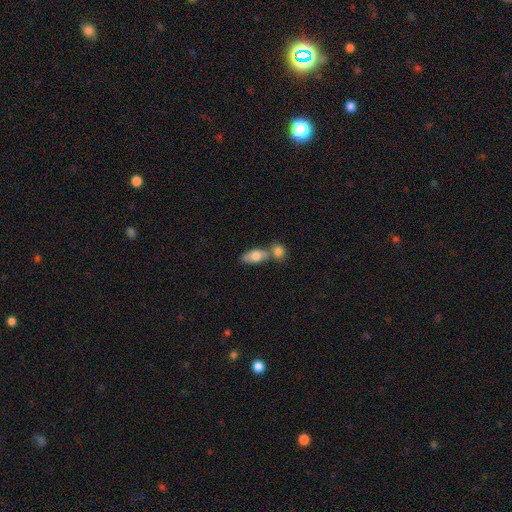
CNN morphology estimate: This appears to be a smooth galaxy with no disk features (76%) that is in between round and cigar-shaped (85%). Merging: merger (47%).